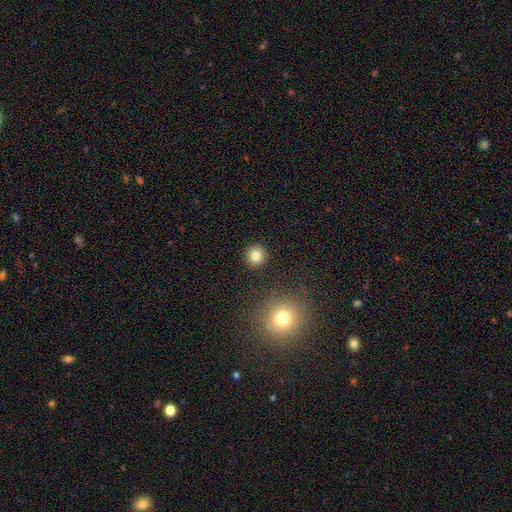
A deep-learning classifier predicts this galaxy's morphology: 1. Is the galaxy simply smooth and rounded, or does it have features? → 81% smooth, 12% star or artifact, 7% featured or disk.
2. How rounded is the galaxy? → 91% round, 8% in between, 1% cigar-shaped.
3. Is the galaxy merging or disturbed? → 91% none, 5% minor disturbance, 2% major disturbance, 2% merger.